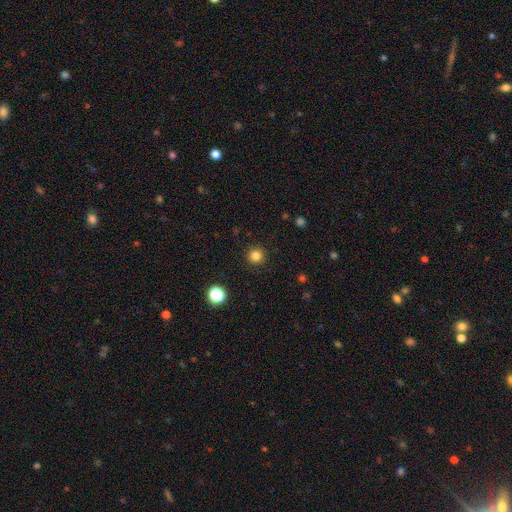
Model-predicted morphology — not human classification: Smooth or featured: smooth — 83% (star or artifact — 13%)
How rounded: round — 96% (in between — 4%)
Merging: none — 92% (minor disturbance — 5%)